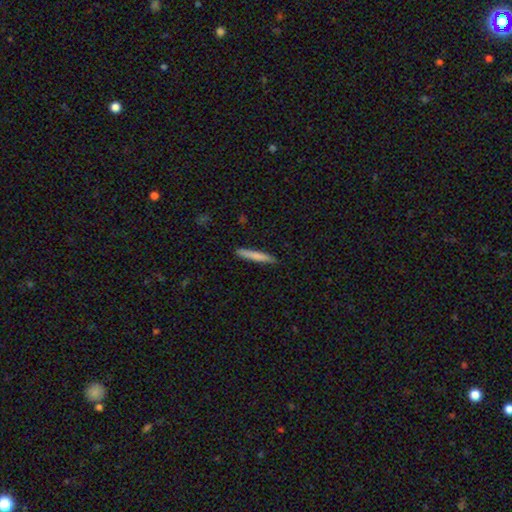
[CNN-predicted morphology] Q: Smooth or featured?
A: smooth (77%); runner-up: featured or disk (18%)
Q: How rounded?
A: cigar-shaped (95%); runner-up: in between (3%)
Q: Merging?
A: none (90%); runner-up: minor disturbance (8%)